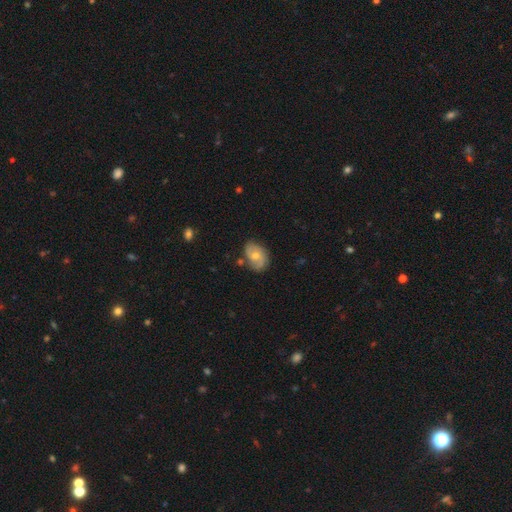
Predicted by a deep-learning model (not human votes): Smooth or featured? featured or disk (58%)
Edge-on disk? no (96%)
Bar? no (69%)
Spiral arms? yes (83%)
Bulge size? moderate (59%)
Merging? none (70%)